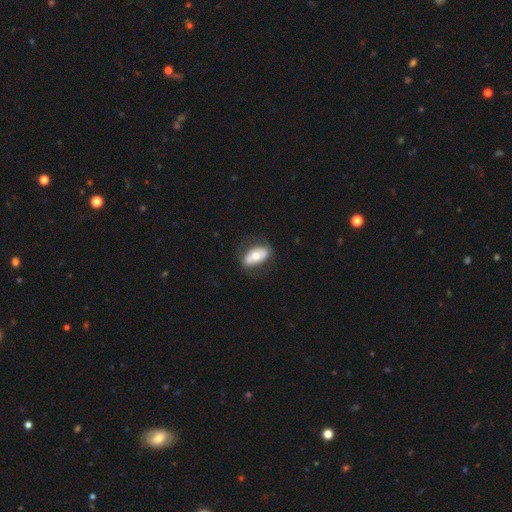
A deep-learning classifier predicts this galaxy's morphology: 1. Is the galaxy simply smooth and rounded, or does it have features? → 57% smooth, 37% featured or disk, 6% star or artifact.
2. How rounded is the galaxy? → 91% in between, 5% round, 4% cigar-shaped.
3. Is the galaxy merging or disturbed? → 73% none, 18% minor disturbance, 7% major disturbance, 1% merger.